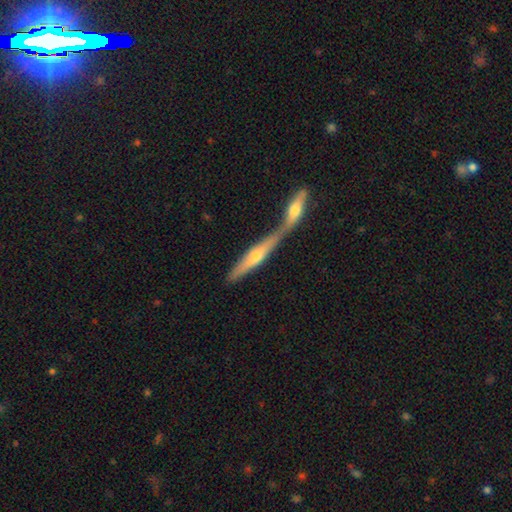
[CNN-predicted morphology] Smooth or featured?
  - featured or disk: 61% *
  - smooth: 33%
  - star or artifact: 6%
Edge-on disk?
  - yes: 89% *
  - no: 11%
Edge-on bulge?
  - rounded: 84% *
  - none: 12%
  - boxy: 5%
Merging?
  - merger: 54% *
  - none: 35%
  - minor disturbance: 7%
  - major disturbance: 3%